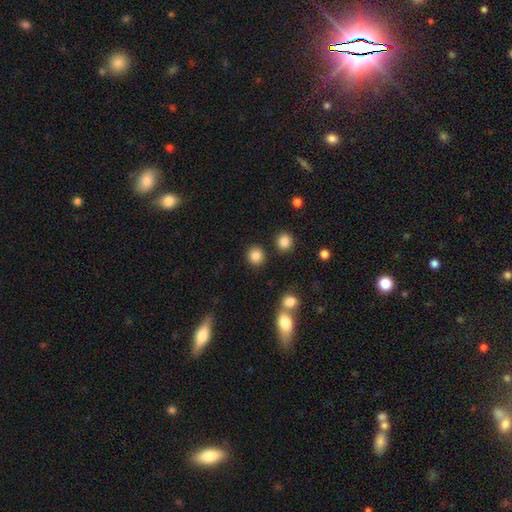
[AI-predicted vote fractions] Q: Smooth or featured?
A: smooth (85%); runner-up: star or artifact (10%)
Q: How rounded?
A: round (87%); runner-up: in between (12%)
Q: Merging?
A: none (87%); runner-up: minor disturbance (6%)